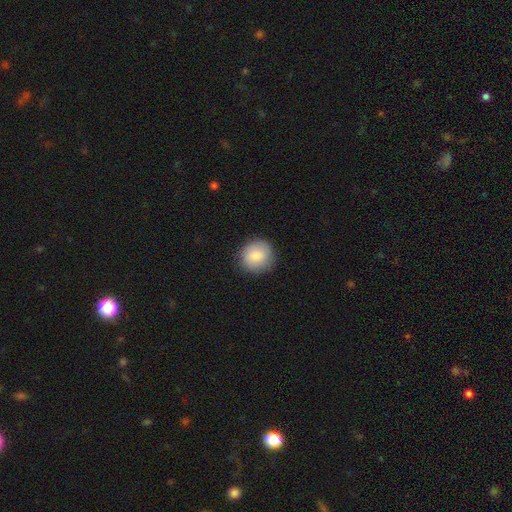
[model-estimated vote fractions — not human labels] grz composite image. It shows a smooth galaxy with no disk features (87%) that is round (90%). Merging: none (87%).